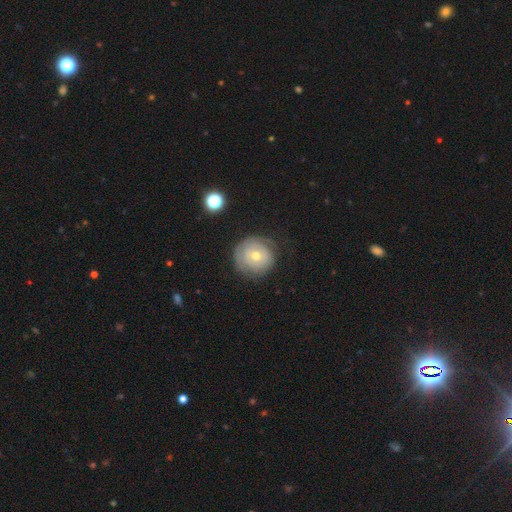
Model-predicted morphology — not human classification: Smooth or featured?
  - featured or disk: 52% *
  - smooth: 39%
  - star or artifact: 9%
Edge-on disk?
  - no: 96% *
  - yes: 4%
Bar?
  - no: 83% *
  - weak: 13%
  - strong: 3%
Spiral arms?
  - yes: 61% *
  - no: 39%
Bulge size?
  - moderate: 54% *
  - small: 42%
  - large: 2%
  - none: 1%
  - dominant: 1%
Merging?
  - none: 73% *
  - minor disturbance: 19%
  - major disturbance: 7%
  - merger: 2%